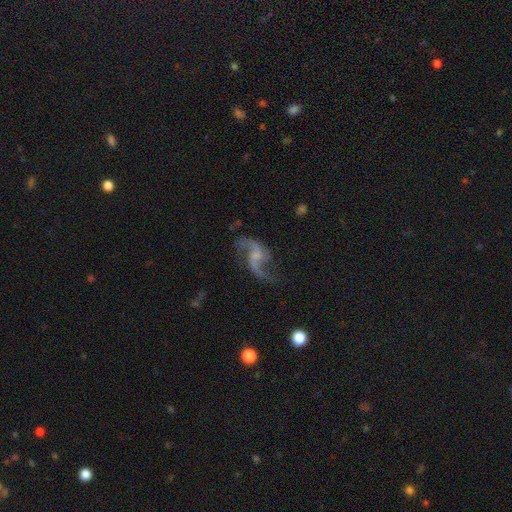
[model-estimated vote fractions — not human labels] Q: Smooth or featured?
A: featured or disk (88%); runner-up: star or artifact (7%)
Q: Edge-on disk?
A: no (97%); runner-up: yes (3%)
Q: Bar?
A: no (47%); runner-up: weak (42%)
Q: Spiral arms?
A: yes (95%); runner-up: no (5%)
Q: Spiral winding?
A: loose (82%); runner-up: medium (16%)
Q: Spiral arm count?
A: 2 (91%); runner-up: 1 (2%)
Q: Bulge size?
A: small (39%); runner-up: none (38%)
Q: Merging?
A: none (66%); runner-up: minor disturbance (16%)